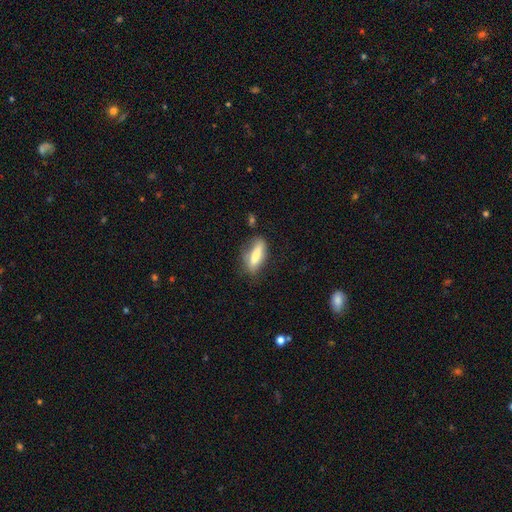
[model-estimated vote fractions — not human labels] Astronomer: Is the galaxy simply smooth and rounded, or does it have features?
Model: smooth — 75%.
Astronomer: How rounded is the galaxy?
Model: cigar-shaped — 50% (runner-up: in between, 48%).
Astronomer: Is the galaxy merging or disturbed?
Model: none — 66%.